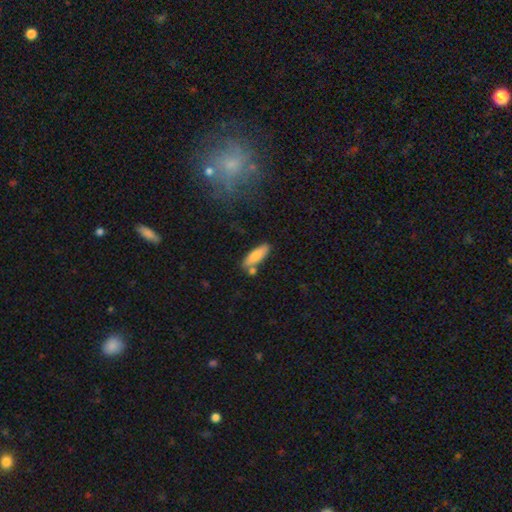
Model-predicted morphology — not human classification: Smooth or featured: smooth — 83% (featured or disk — 11%)
How rounded: in between — 56% (cigar-shaped — 42%)
Merging: none — 69% (minor disturbance — 14%)